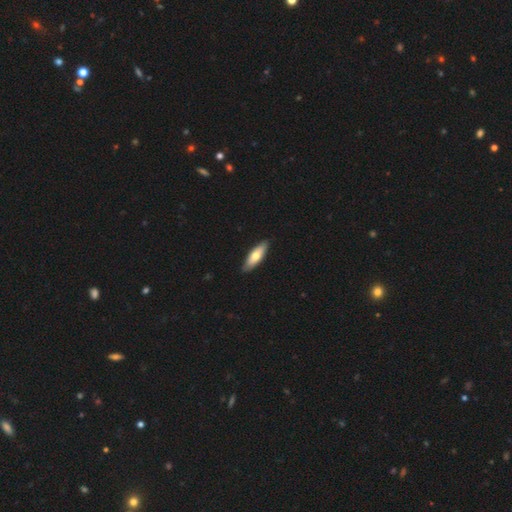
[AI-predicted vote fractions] A smooth galaxy with no disk features (65%) that is in between round and cigar-shaped (55%).

Vote fractions:
- Smooth or featured? smooth: 65% / featured or disk: 30% / star or artifact: 5%
- How rounded? in between: 55% / cigar-shaped: 43% / round: 2%
- Merging? none: 89% / minor disturbance: 9% / major disturbance: 1% / merger: 1%